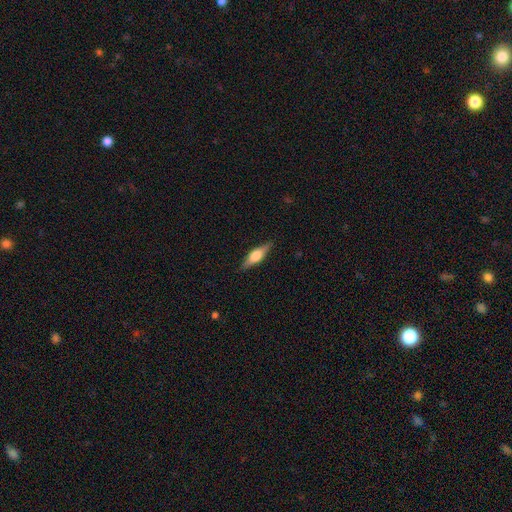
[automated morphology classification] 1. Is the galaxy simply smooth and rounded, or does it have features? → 55% featured or disk, 39% smooth, 6% star or artifact.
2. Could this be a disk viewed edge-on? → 95% yes, 5% no.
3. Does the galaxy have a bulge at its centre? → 88% rounded, 10% boxy, 2% none.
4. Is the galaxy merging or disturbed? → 87% none, 10% minor disturbance, 2% major disturbance, 1% merger.